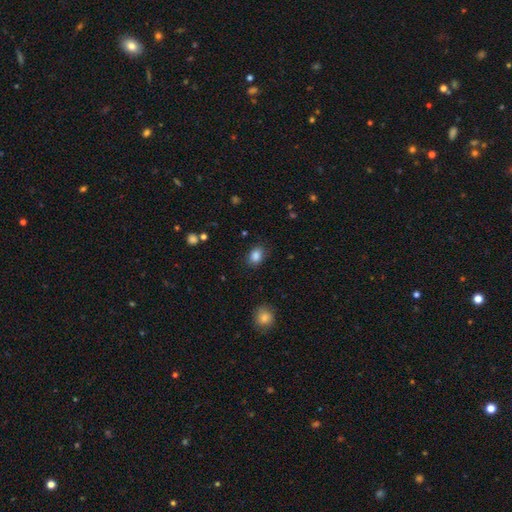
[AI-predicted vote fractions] Smooth or featured? Predicted: smooth (p=0.86). How rounded? Predicted: in between (p=0.69). Merging? Predicted: none (p=0.83).